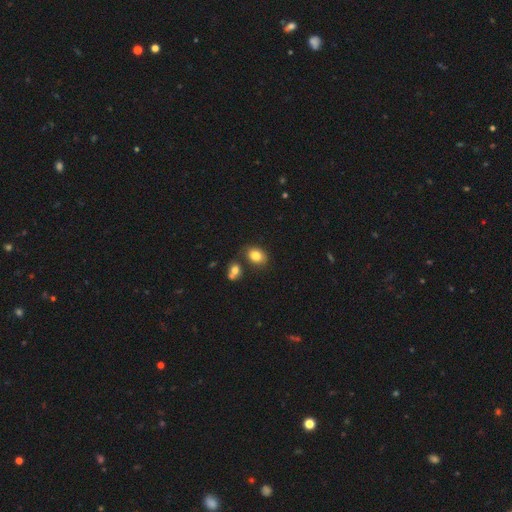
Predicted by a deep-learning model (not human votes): Smooth or featured: smooth — 82% (star or artifact — 10%)
How rounded: in between — 68% (round — 31%)
Merging: none — 69% (minor disturbance — 14%)